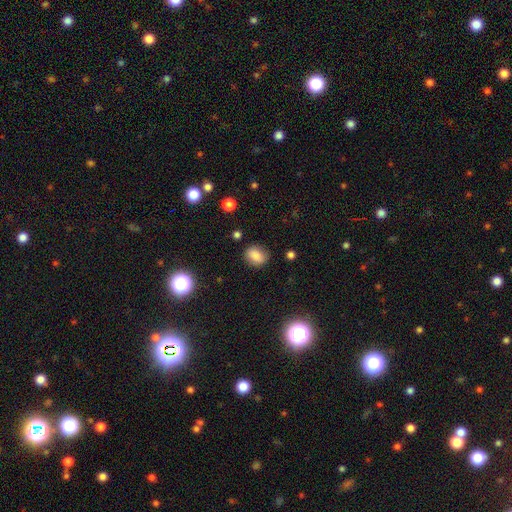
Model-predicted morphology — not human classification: A smooth galaxy with no disk features (82%) that is in between round and cigar-shaped (57%). Merging: none (82%).